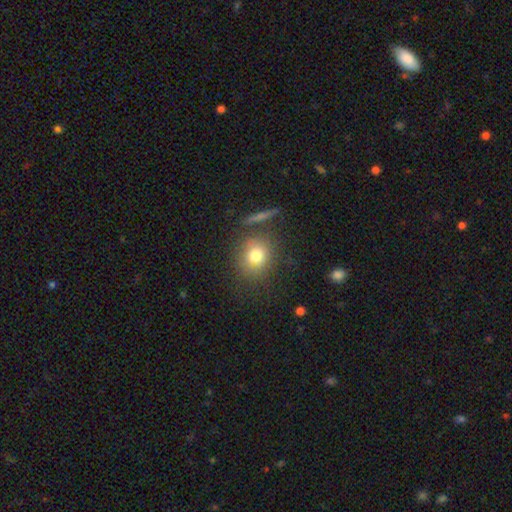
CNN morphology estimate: smooth-or-featured: smooth: 76% | featured or disk: 12% | star or artifact: 12%
  how-rounded: round: 79% | in between: 20% | cigar-shaped: 2%
  merging: none: 77% | minor disturbance: 12% | merger: 6% | major disturbance: 5%